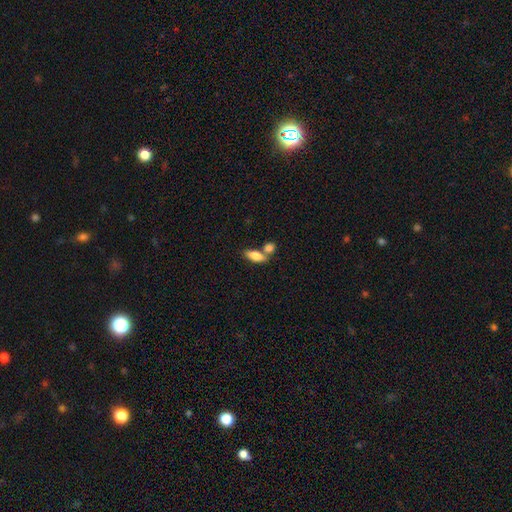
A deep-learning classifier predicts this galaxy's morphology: Q: Smooth or featured?
A: smooth (81%); runner-up: featured or disk (13%)
Q: How rounded?
A: in between (80%); runner-up: cigar-shaped (16%)
Q: Merging?
A: none (47%); runner-up: merger (38%)